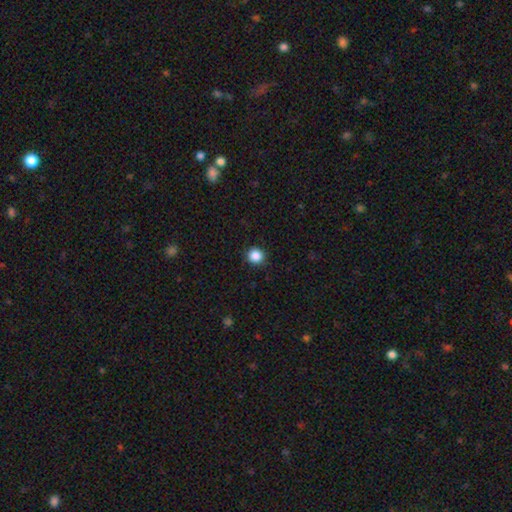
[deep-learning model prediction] Overall: smooth (87%). How rounded: round (93%). Merging: none (91%).